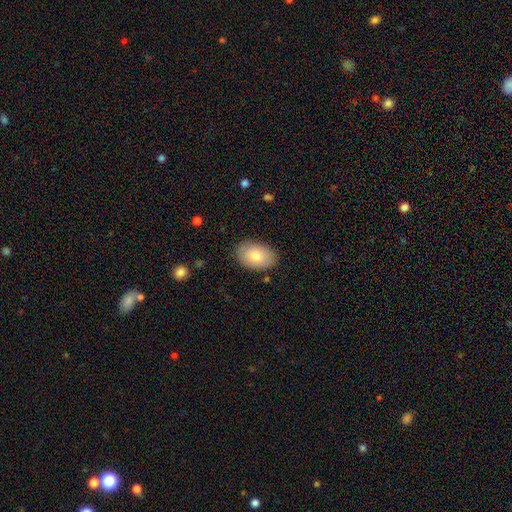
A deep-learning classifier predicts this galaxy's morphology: type=smooth (80%); roundness=in between (89%); merging=none (85%).